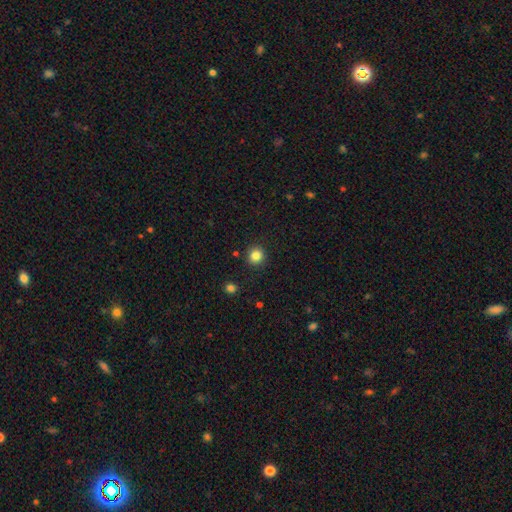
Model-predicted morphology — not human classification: This is clearly a smooth galaxy (84%). How rounded: clearly round (90%). Merging: clearly none (90%).